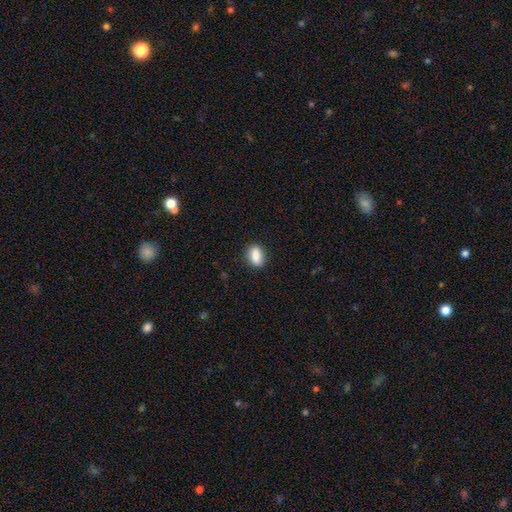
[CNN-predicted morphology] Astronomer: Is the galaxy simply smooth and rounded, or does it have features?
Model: smooth — 87%.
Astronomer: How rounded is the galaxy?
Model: in between — 80%.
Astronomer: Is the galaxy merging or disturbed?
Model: none — 86%.